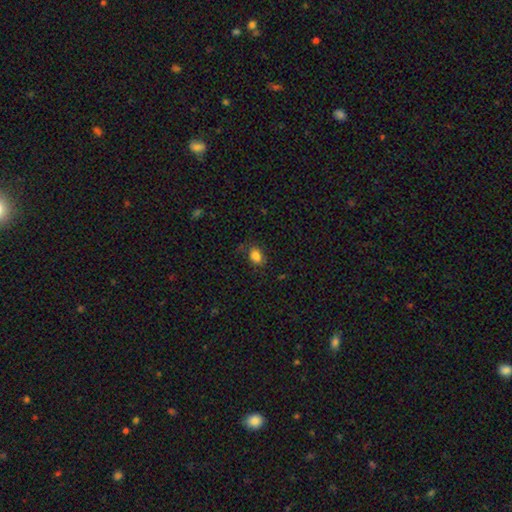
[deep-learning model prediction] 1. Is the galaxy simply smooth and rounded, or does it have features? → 83% smooth, 12% star or artifact, 5% featured or disk.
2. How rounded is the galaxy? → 76% in between, 23% round, 1% cigar-shaped.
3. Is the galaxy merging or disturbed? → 73% none, 19% minor disturbance, 6% major disturbance, 2% merger.